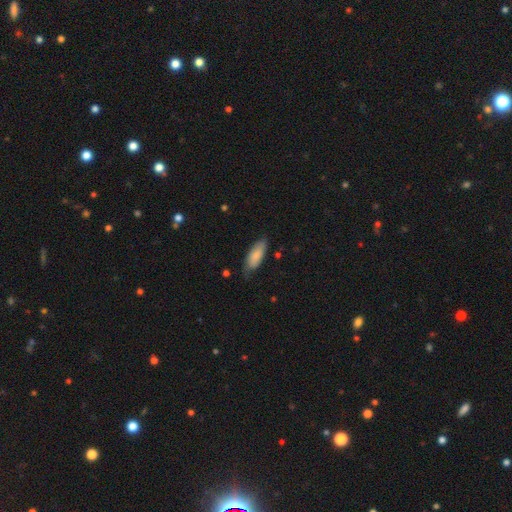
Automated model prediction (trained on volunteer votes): Smooth or featured? Predicted: smooth (p=0.81). How rounded? Predicted: in between (p=0.77). Merging? Predicted: none (p=0.65).